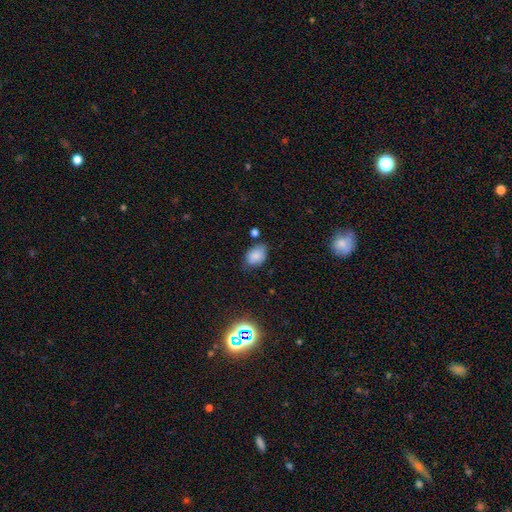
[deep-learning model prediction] A smooth galaxy with no disk features (81%) that is in between round and cigar-shaped (78%).

Vote fractions:
- Smooth or featured? smooth: 81% / star or artifact: 11% / featured or disk: 8%
- How rounded? in between: 78% / round: 21% / cigar-shaped: 1%
- Merging? none: 67% / minor disturbance: 24% / major disturbance: 5% / merger: 4%